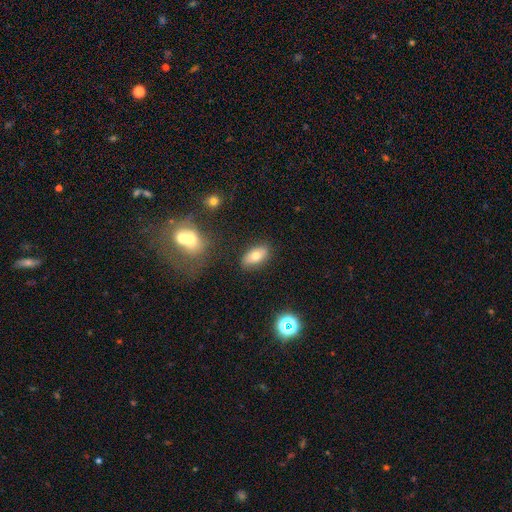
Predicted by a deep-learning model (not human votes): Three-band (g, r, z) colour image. It shows a smooth galaxy with no disk features (72%) that is in between round and cigar-shaped (90%). Merging: none (83%).